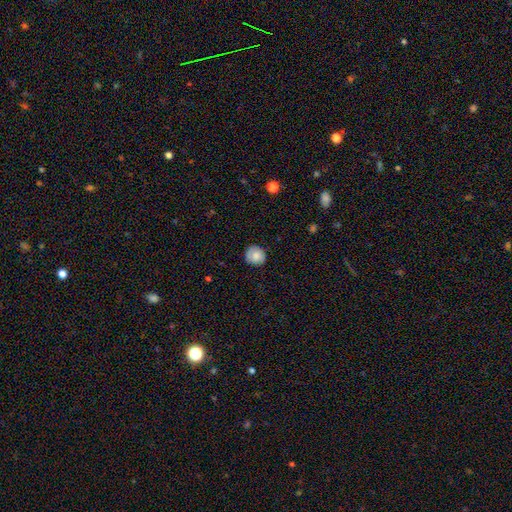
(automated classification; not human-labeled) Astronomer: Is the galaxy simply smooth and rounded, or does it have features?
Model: smooth — 77%.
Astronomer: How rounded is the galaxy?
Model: round — 86%.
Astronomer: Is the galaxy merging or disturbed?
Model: none — 82%.